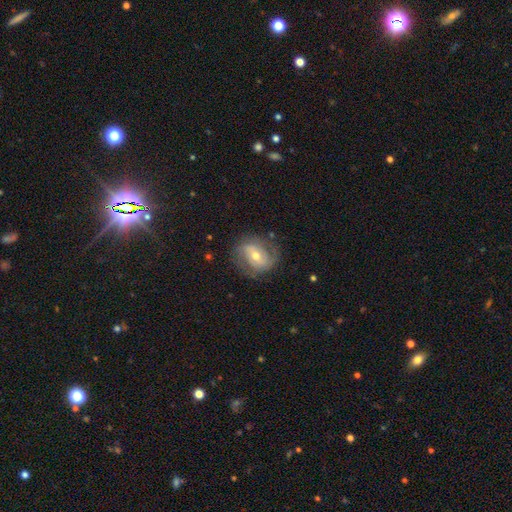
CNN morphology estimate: This is likely a featured or disk galaxy (69%). It is clearly not viewed edge-on (96%). Bar: marginally weak (43%). Spiral arm pattern: clearly yes (81%). Spiral arm count: likely 2 (75%). Spiral winding: marginally medium (43%). Central bulge: likely moderate (61%). Merging: likely none (71%).